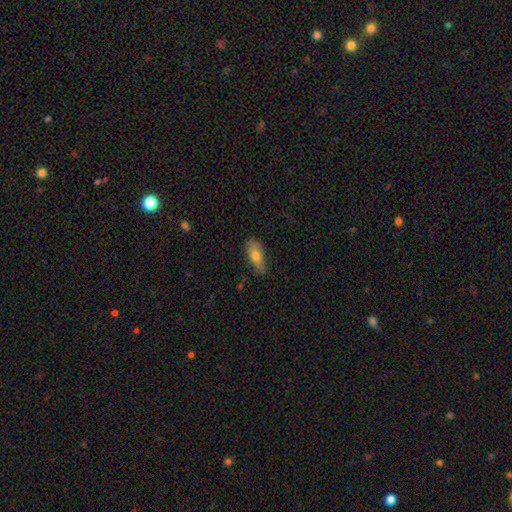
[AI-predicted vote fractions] Smooth or featured?
  - smooth: 73% *
  - featured or disk: 20%
  - star or artifact: 7%
How rounded?
  - in between: 79% *
  - cigar-shaped: 17%
  - round: 3%
Merging?
  - none: 68% *
  - minor disturbance: 26%
  - major disturbance: 4%
  - merger: 2%